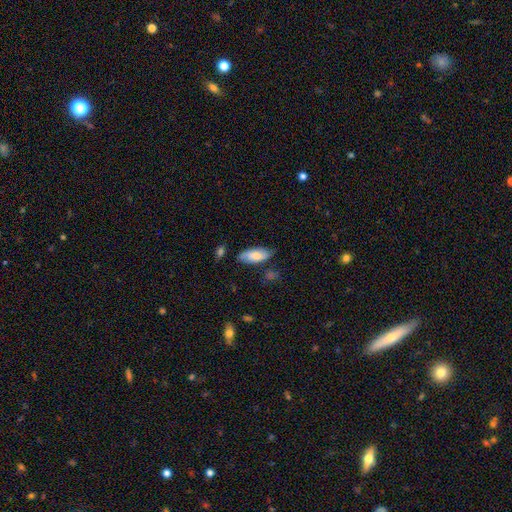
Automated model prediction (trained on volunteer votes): smooth 71%, featured or disk 23%, star or artifact 6%. Down the decision tree: how rounded — in between (84%); merging — none (70%).